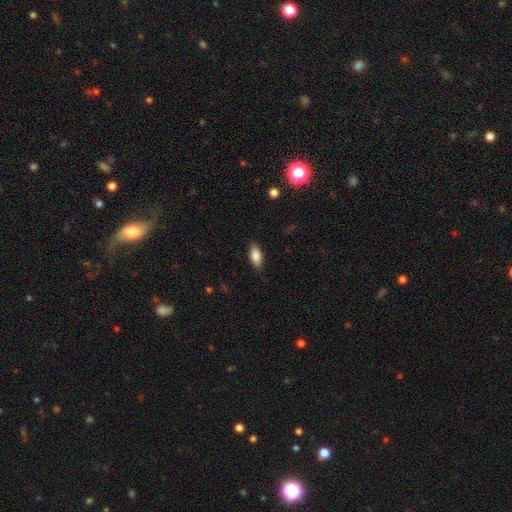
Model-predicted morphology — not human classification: Smooth or featured: smooth — 84% (featured or disk — 9%)
How rounded: in between — 85% (cigar-shaped — 12%)
Merging: none — 85% (minor disturbance — 12%)